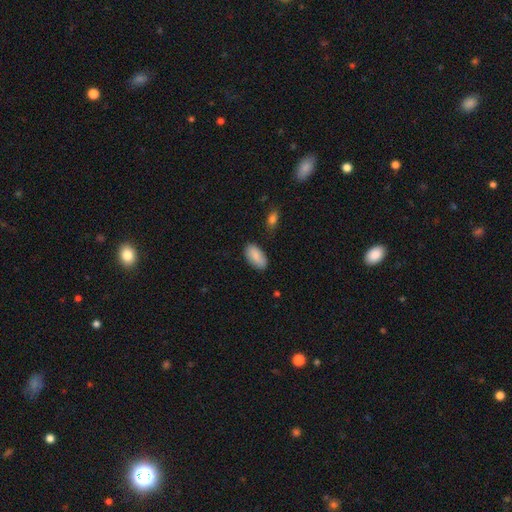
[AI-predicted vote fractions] Q: Smooth or featured?
A: smooth (85%); runner-up: featured or disk (8%)
Q: How rounded?
A: in between (94%); runner-up: cigar-shaped (3%)
Q: Merging?
A: none (81%); runner-up: minor disturbance (14%)